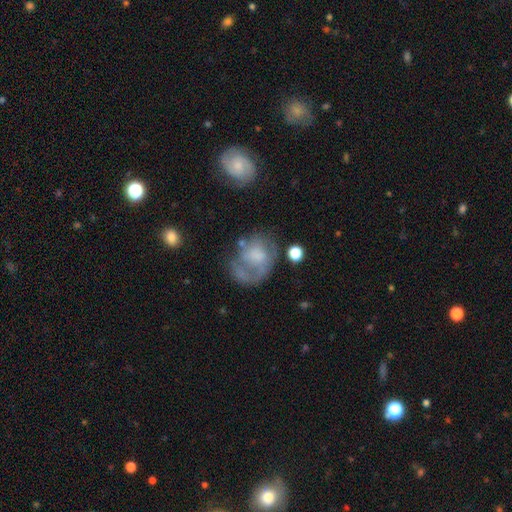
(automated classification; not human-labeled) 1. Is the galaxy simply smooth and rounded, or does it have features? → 50% featured or disk, 40% smooth, 10% star or artifact.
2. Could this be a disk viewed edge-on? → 97% no, 3% yes.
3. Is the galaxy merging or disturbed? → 38% none, 33% major disturbance, 22% minor disturbance, 6% merger.